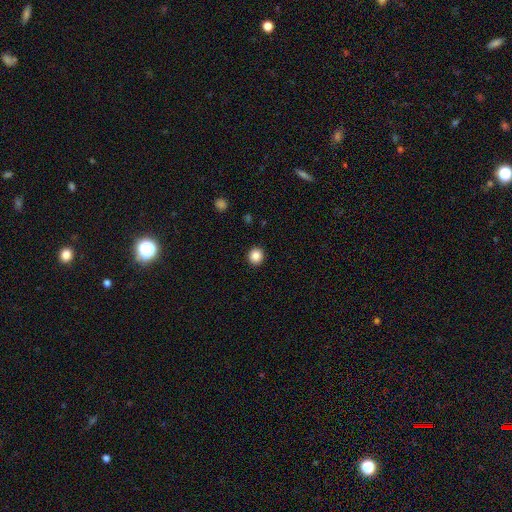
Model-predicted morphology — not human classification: type=smooth (86%); roundness=round (89%); merging=none (93%).